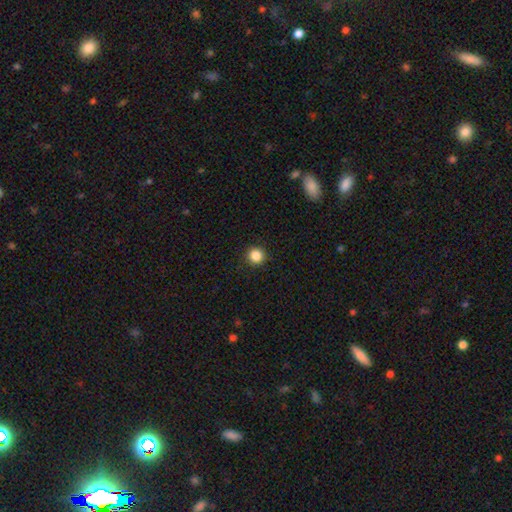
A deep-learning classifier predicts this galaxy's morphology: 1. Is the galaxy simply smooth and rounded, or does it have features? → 86% smooth, 11% star or artifact, 3% featured or disk.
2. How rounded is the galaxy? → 94% round, 5% in between, 1% cigar-shaped.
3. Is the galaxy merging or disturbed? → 92% none, 5% minor disturbance, 2% major disturbance, 1% merger.